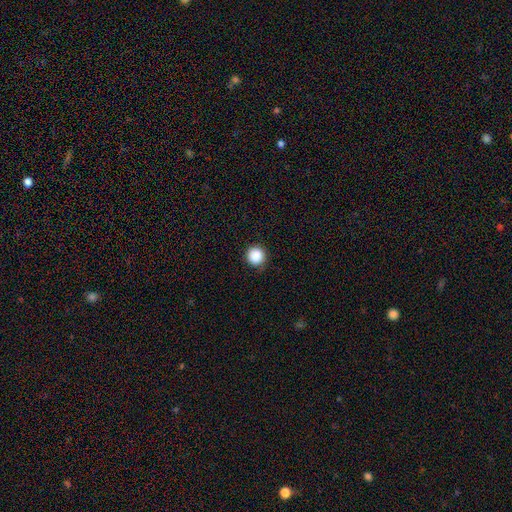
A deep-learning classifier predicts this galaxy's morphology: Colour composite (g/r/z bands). It shows a smooth galaxy with no disk features (88%) that is round (95%). Merging: none (88%).